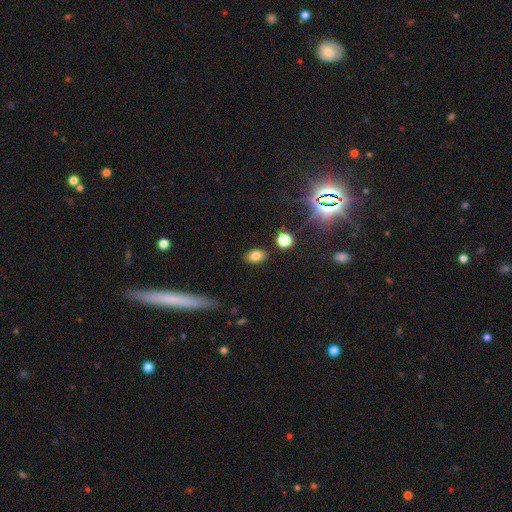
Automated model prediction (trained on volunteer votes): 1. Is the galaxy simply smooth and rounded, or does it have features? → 77% smooth, 13% star or artifact, 10% featured or disk.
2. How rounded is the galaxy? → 83% in between, 15% round, 2% cigar-shaped.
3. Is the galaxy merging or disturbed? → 84% none, 10% minor disturbance, 3% merger, 3% major disturbance.